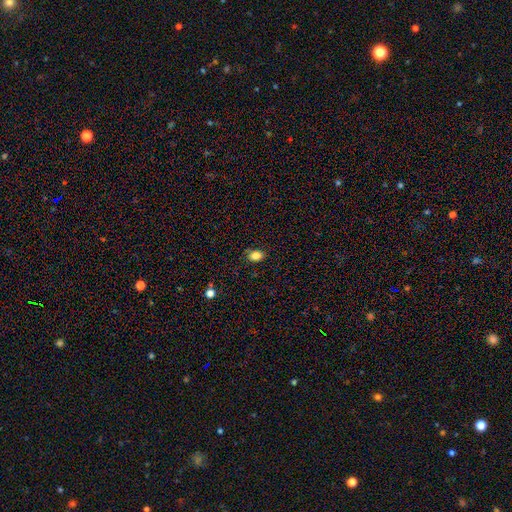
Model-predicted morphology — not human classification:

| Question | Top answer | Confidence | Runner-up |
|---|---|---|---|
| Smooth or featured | smooth | 83% | star or artifact (10%) |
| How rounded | in between | 76% | round (22%) |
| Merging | none | 81% | minor disturbance (14%) |